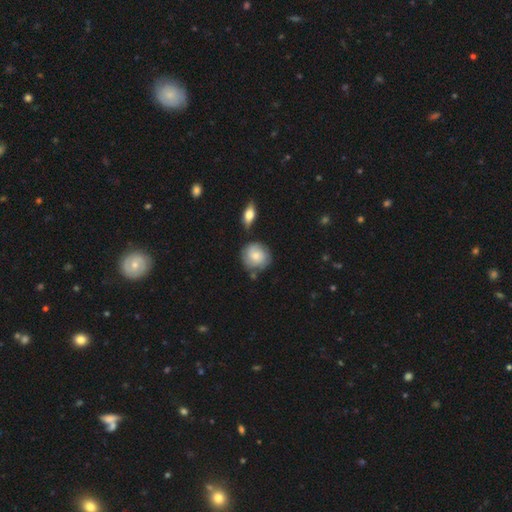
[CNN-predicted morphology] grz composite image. It shows a smooth galaxy with no disk features (59%) that is round (86%). Merging: none (70%).